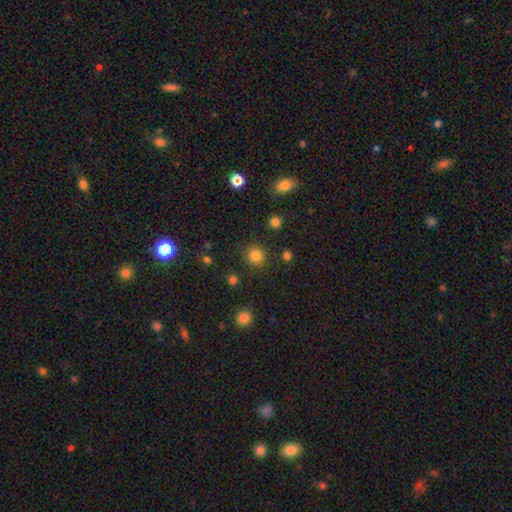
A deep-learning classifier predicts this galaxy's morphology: The model was most divided on "smooth or featured": smooth: 83%, star or artifact: 13%, featured or disk: 4%. More confident: how rounded — round (92%); merging — none (89%).